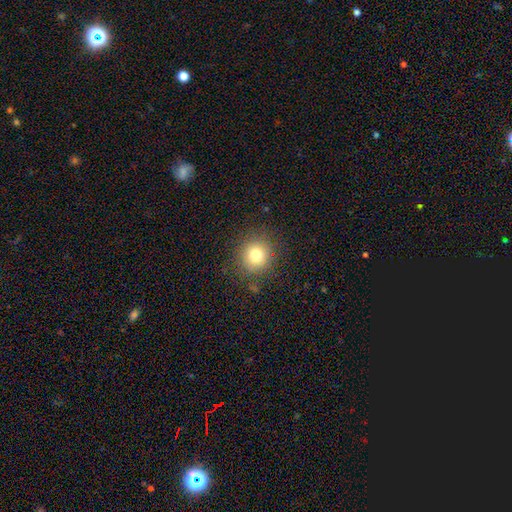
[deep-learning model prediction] This appears to be a smooth galaxy with no disk features (78%) that is round (92%). Merging: none (86%).